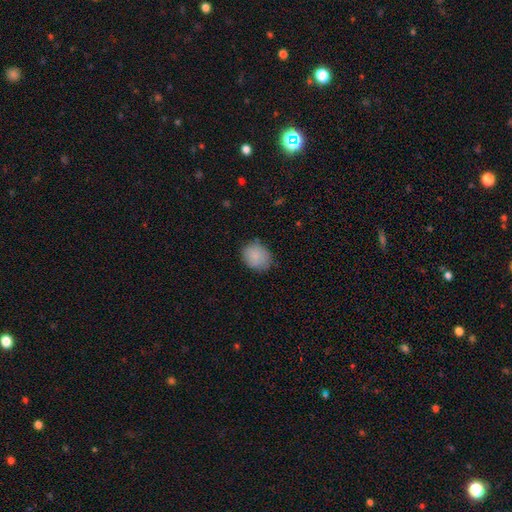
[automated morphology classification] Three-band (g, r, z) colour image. It shows a smooth galaxy with no disk features (86%) that is round (60%). Merging: none (73%).